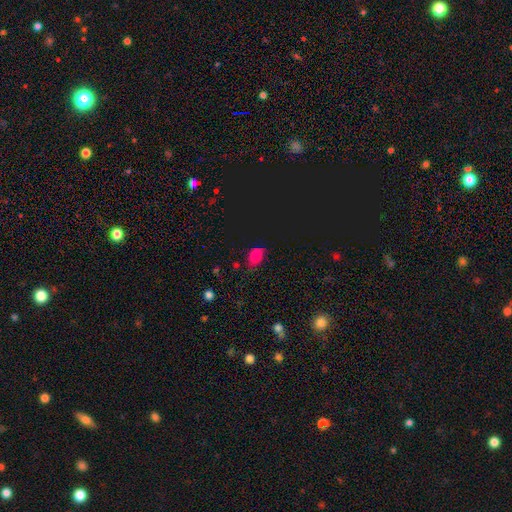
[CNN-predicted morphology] type=smooth (72%); roundness=in between (72%); merging=none (57%).